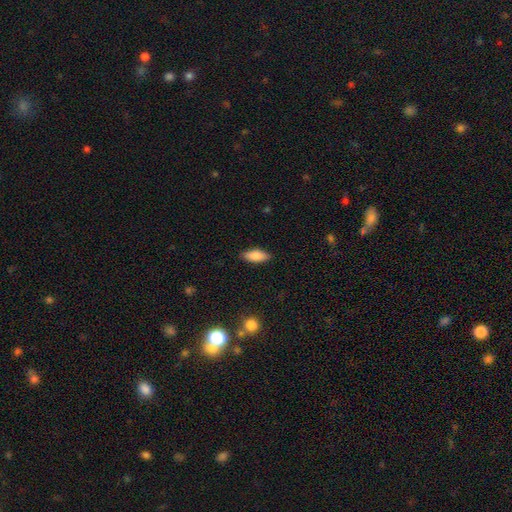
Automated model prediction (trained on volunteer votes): Smooth or featured?
  - smooth: 84% *
  - featured or disk: 10%
  - star or artifact: 7%
How rounded?
  - in between: 81% *
  - cigar-shaped: 17%
  - round: 2%
Merging?
  - none: 87% *
  - minor disturbance: 10%
  - major disturbance: 2%
  - merger: 1%